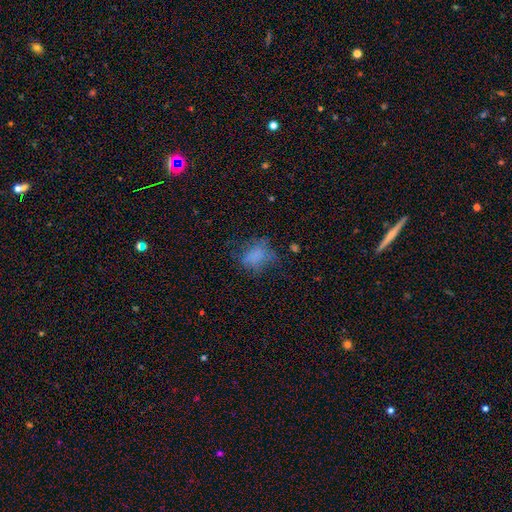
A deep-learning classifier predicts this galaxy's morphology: Smooth or featured? smooth (65%)
How rounded? in between (61%)
Merging? none (49%)